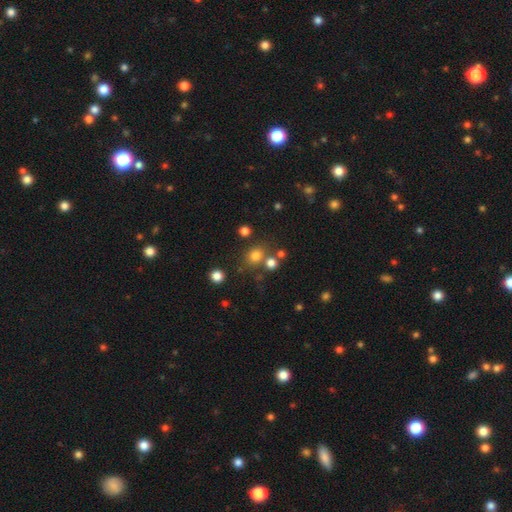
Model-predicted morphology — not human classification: This appears to be a smooth galaxy with no disk features (75%) that is round (71%). Merging: none (69%).